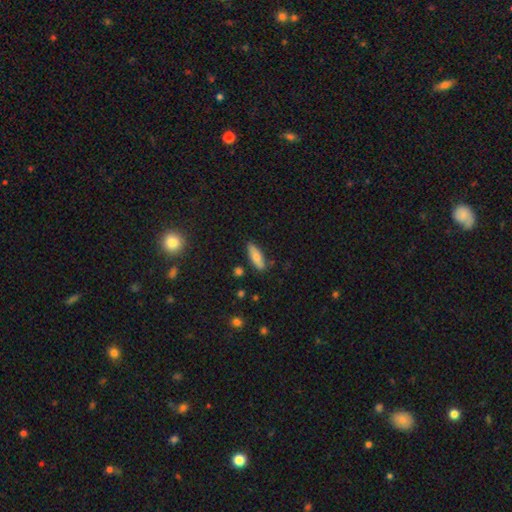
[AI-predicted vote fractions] Smooth or featured? smooth (75%)
How rounded? in between (59%)
Merging? none (79%)